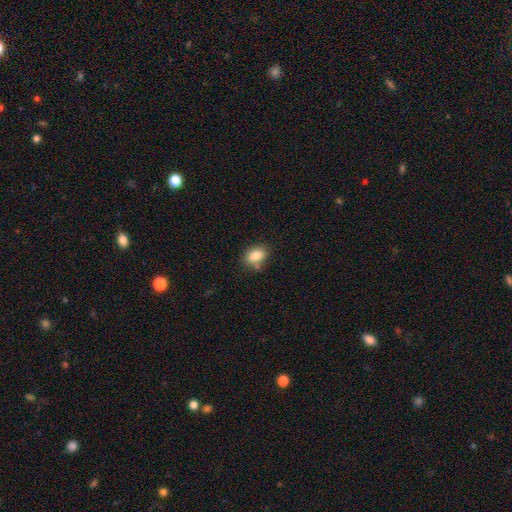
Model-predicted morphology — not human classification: The model was most divided on "merging": none: 70%, minor disturbance: 18%, merger: 8%, major disturbance: 4%. More confident: smooth or featured — smooth (83%); how rounded — in between (77%).